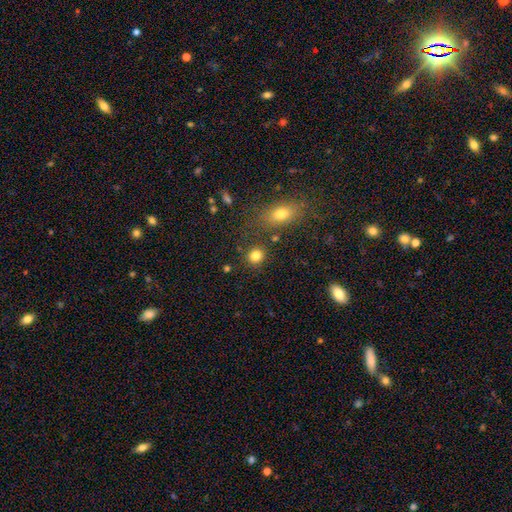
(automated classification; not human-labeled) Morphology: type=smooth (83%); roundness=round (79%); merging=none (82%).